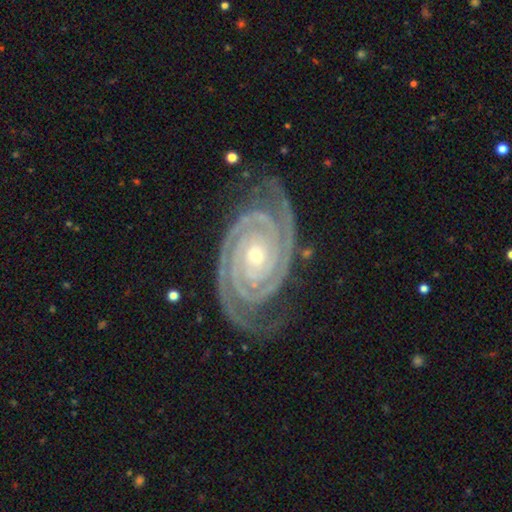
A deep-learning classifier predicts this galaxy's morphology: Overall: featured or disk (94%). Edge-on disk: no (97%). Bar: no (74%). Spiral arms: yes (99%). Spiral arm count: 2 (72%). Spiral winding: tight (88%). Bulge size: small (63%; moderate 34%). Merging: none (80%).